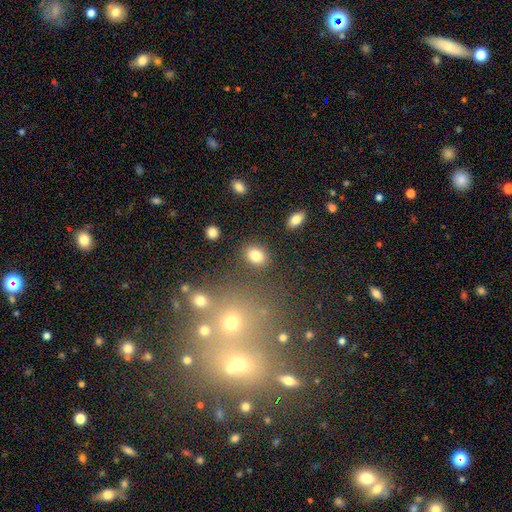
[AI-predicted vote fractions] smooth-or-featured: smooth: 83% | star or artifact: 10% | featured or disk: 7%
  how-rounded: in between: 65% | round: 33% | cigar-shaped: 1%
  merging: none: 83% | minor disturbance: 10% | merger: 4% | major disturbance: 3%